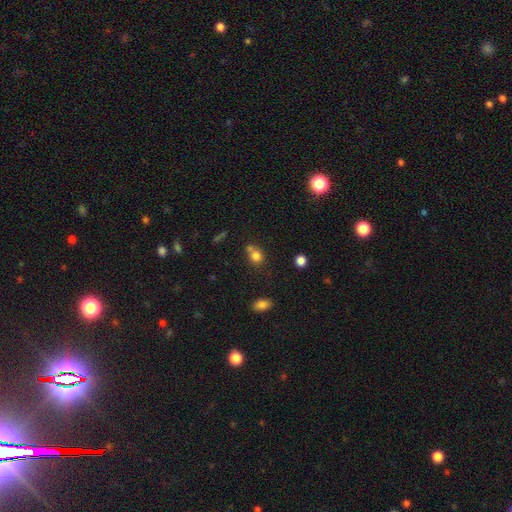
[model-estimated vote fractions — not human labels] This appears to be a smooth galaxy with no disk features (79%) that is round (67%). Merging: none (47%).